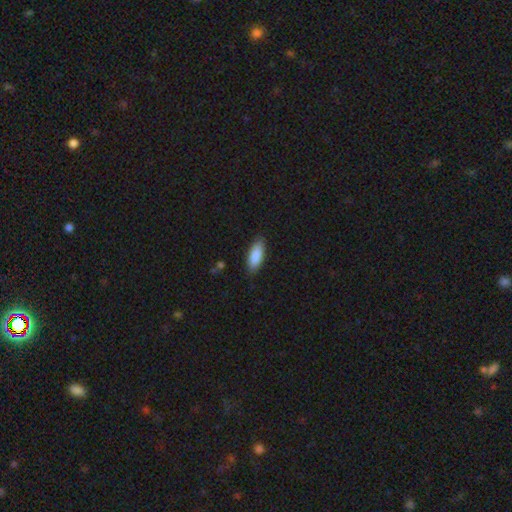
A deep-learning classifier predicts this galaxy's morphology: Q: Smooth or featured?
A: smooth (89%); runner-up: featured or disk (6%)
Q: How rounded?
A: in between (77%); runner-up: cigar-shaped (22%)
Q: Merging?
A: none (85%); runner-up: minor disturbance (11%)